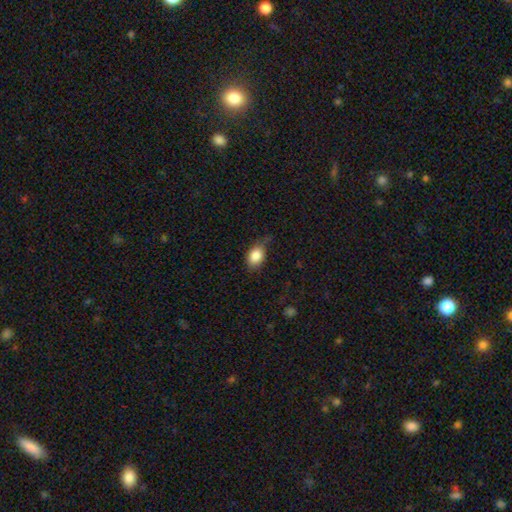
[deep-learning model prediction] A smooth galaxy with no disk features (85%) that is in between round and cigar-shaped (74%). Merging: none (51%).